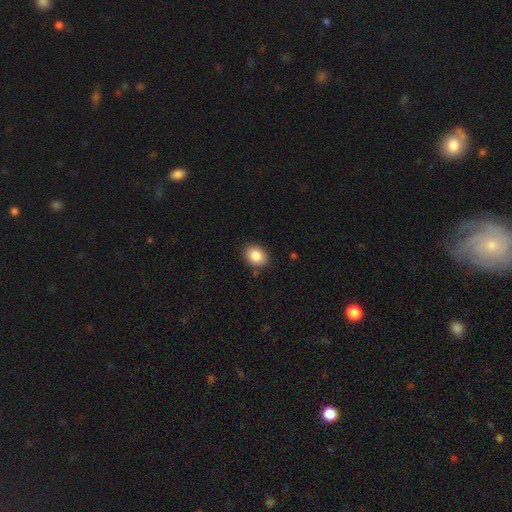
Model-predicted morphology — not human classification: smooth-or-featured: smooth: 86% | star or artifact: 8% | featured or disk: 6%
  how-rounded: in between: 57% | round: 42% | cigar-shaped: 1%
  merging: none: 87% | minor disturbance: 9% | major disturbance: 2% | merger: 2%